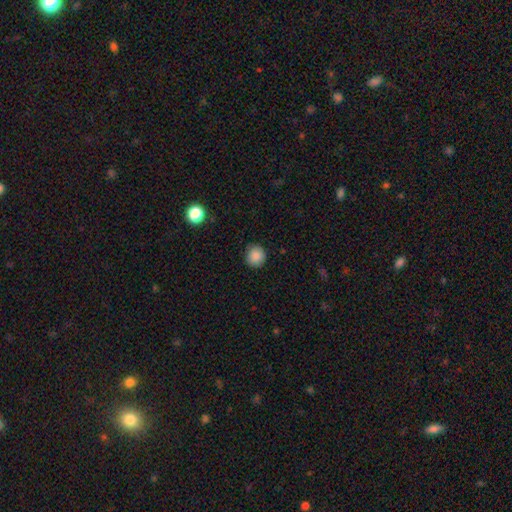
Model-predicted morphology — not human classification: smooth 87%, star or artifact 9%, featured or disk 3%. Down the decision tree: how rounded — round (91%); merging — none (89%).